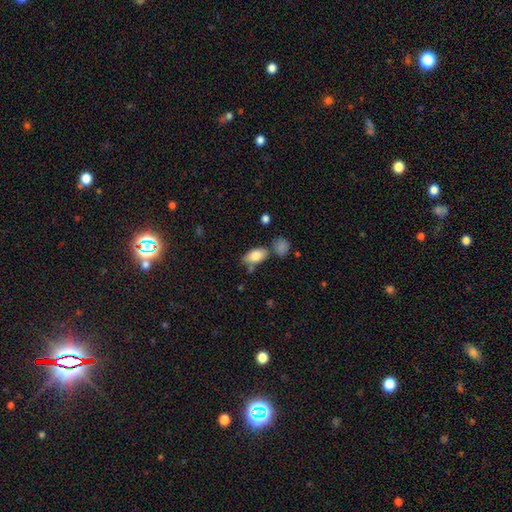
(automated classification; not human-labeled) A smooth galaxy with no disk features (82%) that is in between round and cigar-shaped (91%).

Vote fractions:
- Smooth or featured? smooth: 82% / featured or disk: 11% / star or artifact: 7%
- How rounded? in between: 91% / cigar-shaped: 5% / round: 4%
- Merging? none: 64% / minor disturbance: 17% / merger: 14% / major disturbance: 5%